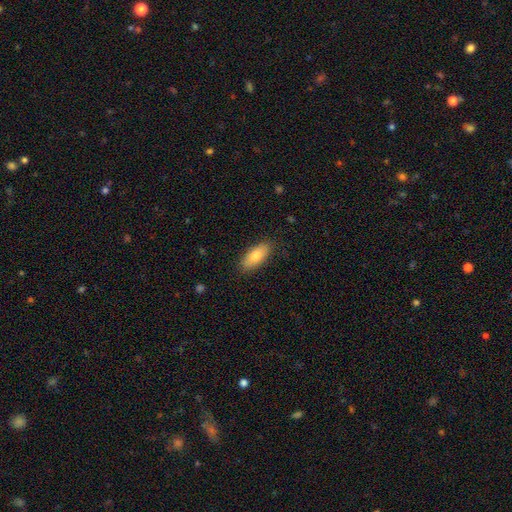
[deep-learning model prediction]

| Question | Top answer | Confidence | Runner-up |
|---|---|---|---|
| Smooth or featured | smooth | 78% | featured or disk (15%) |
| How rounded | in between | 84% | cigar-shaped (14%) |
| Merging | none | 86% | minor disturbance (11%) |